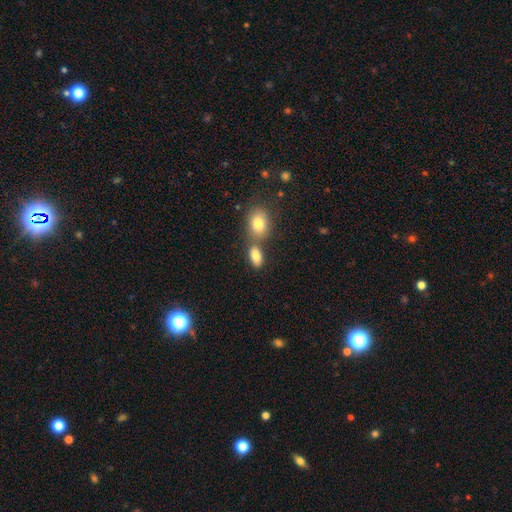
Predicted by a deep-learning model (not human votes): smooth_or_featured: smooth (p=0.83) [alt: star or artifact p=0.09]
how_rounded: in between (p=0.87) [alt: round p=0.10]
merging: none (p=0.54) [alt: merger p=0.31]